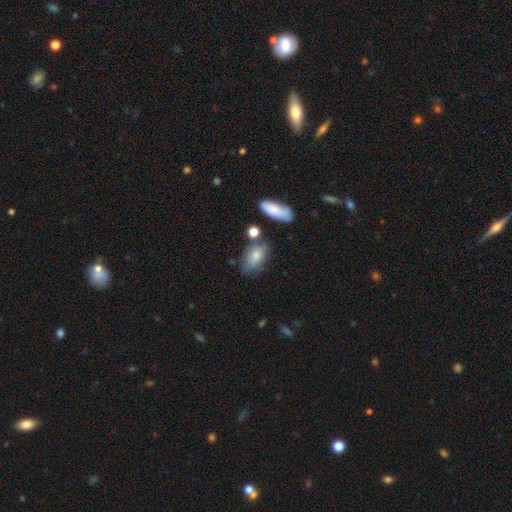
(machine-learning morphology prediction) smooth-or-featured: smooth: 76% | featured or disk: 16% | star or artifact: 8%
  how-rounded: in between: 84% | round: 10% | cigar-shaped: 6%
  merging: none: 53% | minor disturbance: 26% | merger: 12% | major disturbance: 9%